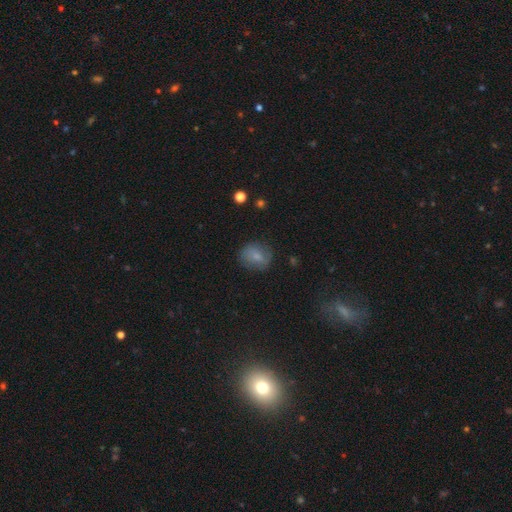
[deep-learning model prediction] smooth_or_featured: smooth (p=0.72) [alt: featured or disk p=0.19]
how_rounded: round (p=0.61) [alt: in between p=0.38]
merging: none (p=0.72) [alt: minor disturbance p=0.20]